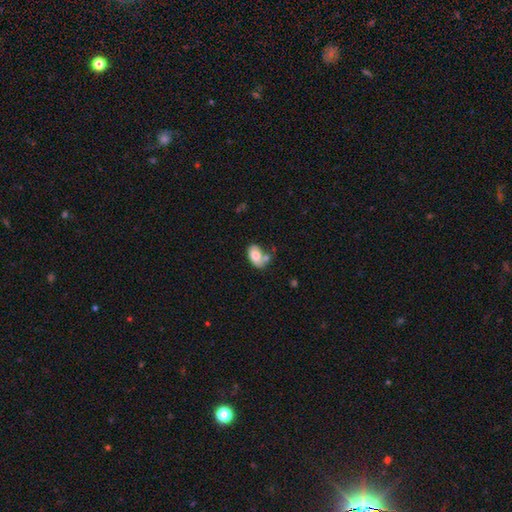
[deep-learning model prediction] The model was most divided on "merging": none: 47%, merger: 26%, minor disturbance: 20%, major disturbance: 7%. More confident: how rounded — in between (90%); smooth or featured — smooth (77%).